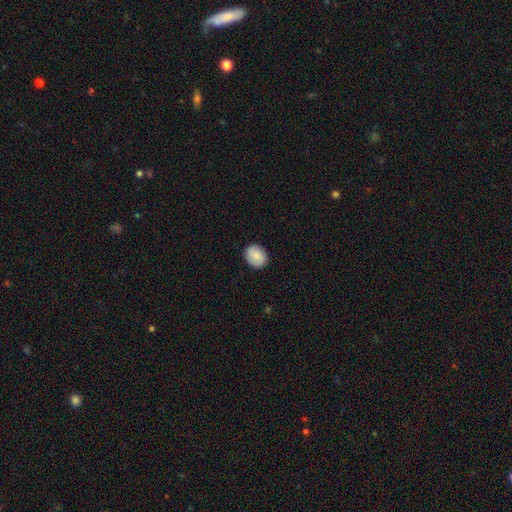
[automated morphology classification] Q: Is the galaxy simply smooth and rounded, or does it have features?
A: smooth — 83%.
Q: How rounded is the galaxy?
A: round — 53%.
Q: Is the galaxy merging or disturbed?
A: none — 87%.